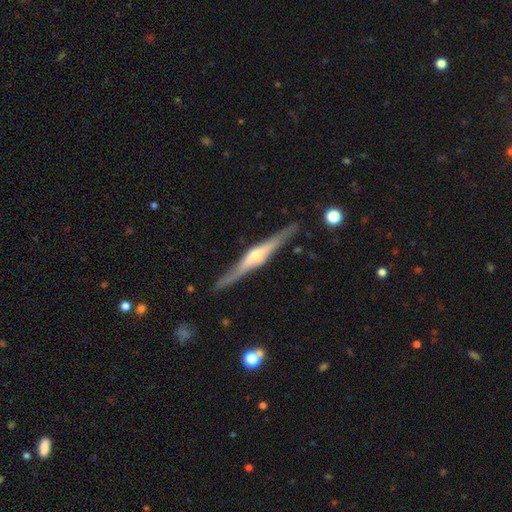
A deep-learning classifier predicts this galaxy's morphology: A featured or disk galaxy (80%) viewed edge-on (97%) with a rounded central bulge (86%).

Vote fractions:
- Smooth or featured? featured or disk: 80% / smooth: 15% / star or artifact: 5%
- Edge-on disk? yes: 97% / no: 3%
- Edge-on bulge? rounded: 86% / boxy: 10% / none: 5%
- Merging? none: 86% / minor disturbance: 10% / major disturbance: 2% / merger: 1%